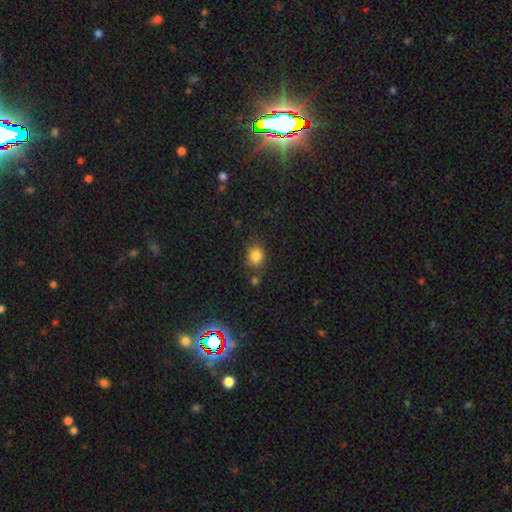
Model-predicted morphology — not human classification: smooth-or-featured: smooth: 83% | star or artifact: 11% | featured or disk: 6%
  how-rounded: round: 55% | in between: 44% | cigar-shaped: 1%
  merging: none: 72% | minor disturbance: 16% | merger: 7% | major disturbance: 5%